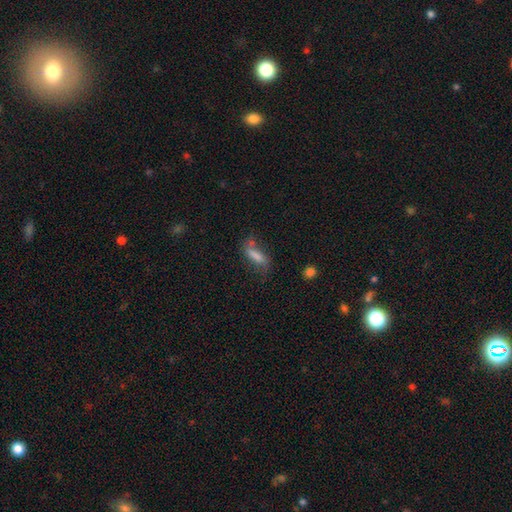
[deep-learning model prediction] smooth-or-featured: smooth: 68% | featured or disk: 22% | star or artifact: 10%
  how-rounded: cigar-shaped: 51% | in between: 46% | round: 3%
  merging: none: 50% | minor disturbance: 26% | major disturbance: 16% | merger: 9%